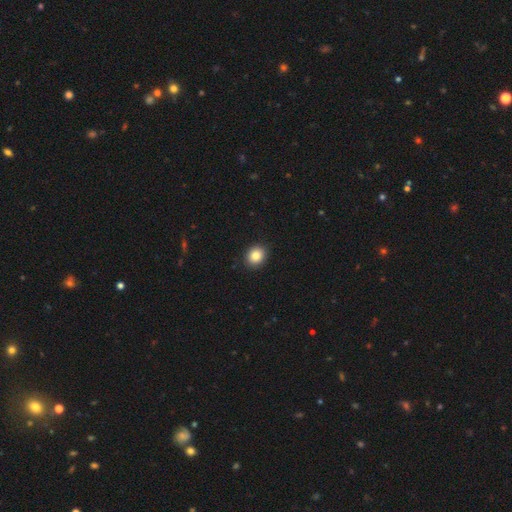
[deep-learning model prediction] Smooth or featured: smooth — 85% (star or artifact — 9%)
How rounded: round — 70% (in between — 29%)
Merging: none — 91% (minor disturbance — 7%)